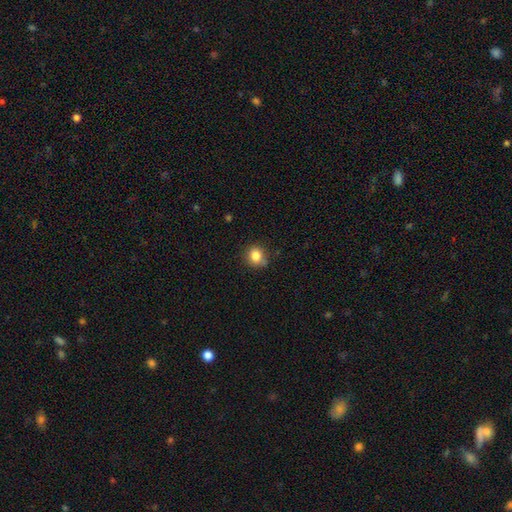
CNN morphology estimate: smooth 83%, star or artifact 11%, featured or disk 6%. Down the decision tree: how rounded — round (80%); merging — none (77%).